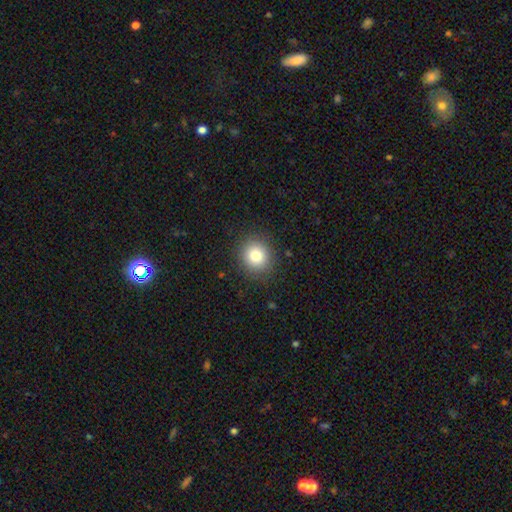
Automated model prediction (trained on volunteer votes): This appears to be a smooth galaxy with no disk features (82%) that is round (84%). Merging: none (89%).